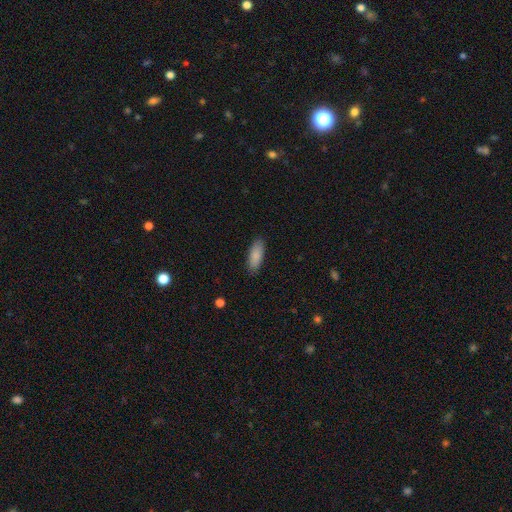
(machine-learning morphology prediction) smooth 87%, featured or disk 7%, star or artifact 6%. Down the decision tree: how rounded — in between (73%); merging — none (87%).